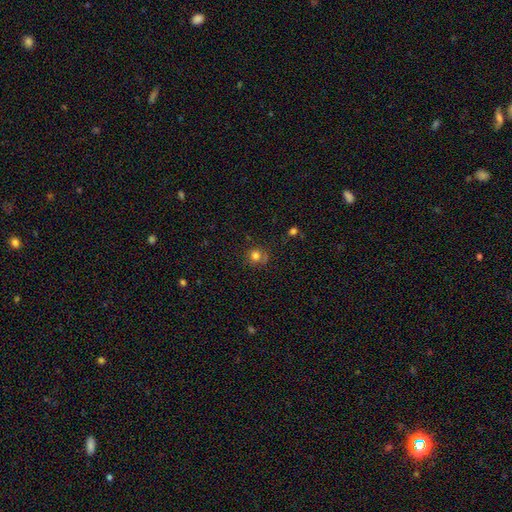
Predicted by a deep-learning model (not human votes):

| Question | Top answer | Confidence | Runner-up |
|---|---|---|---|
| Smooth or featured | smooth | 76% | star or artifact (15%) |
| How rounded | round | 84% | in between (15%) |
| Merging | none | 65% | minor disturbance (19%) |